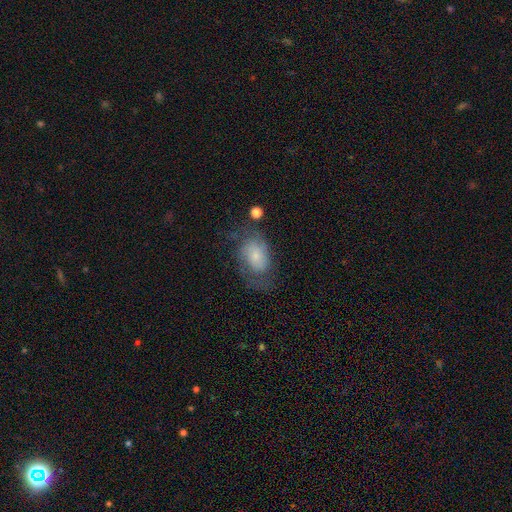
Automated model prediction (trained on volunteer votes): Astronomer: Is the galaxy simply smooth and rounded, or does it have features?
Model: featured or disk — 47% (runner-up: smooth, 44%).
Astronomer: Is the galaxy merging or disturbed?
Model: none — 48% (runner-up: minor disturbance, 25%).